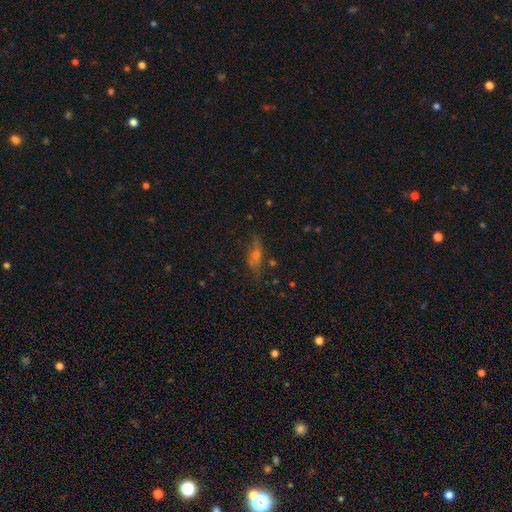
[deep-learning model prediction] This is possibly a featured or disk galaxy (46%). Merging: likely none (71%).